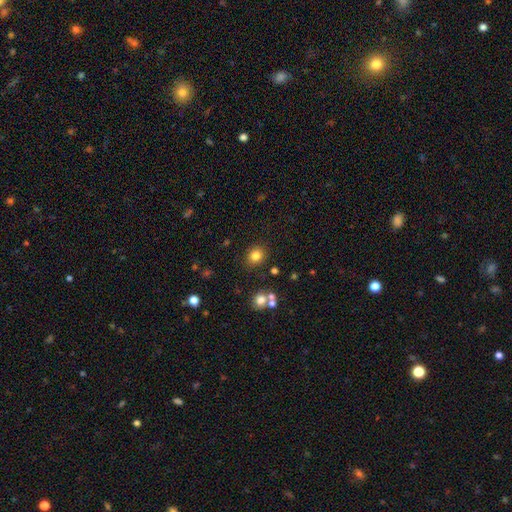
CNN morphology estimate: Smooth or featured? Predicted: smooth (p=0.80). How rounded? Predicted: round (p=0.80). Merging? Predicted: none (p=0.86).